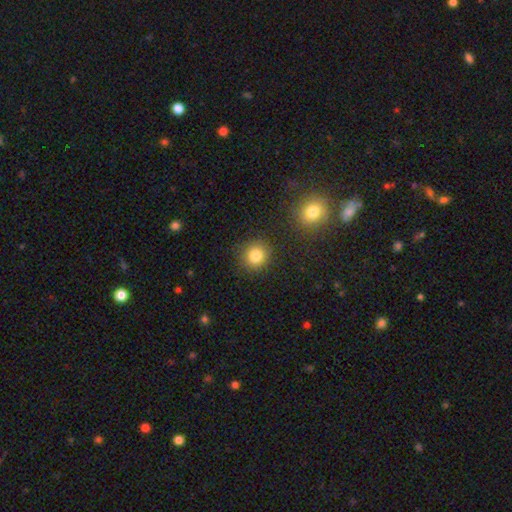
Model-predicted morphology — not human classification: A smooth galaxy with no disk features (83%) that is round (90%). Merging: none (89%).